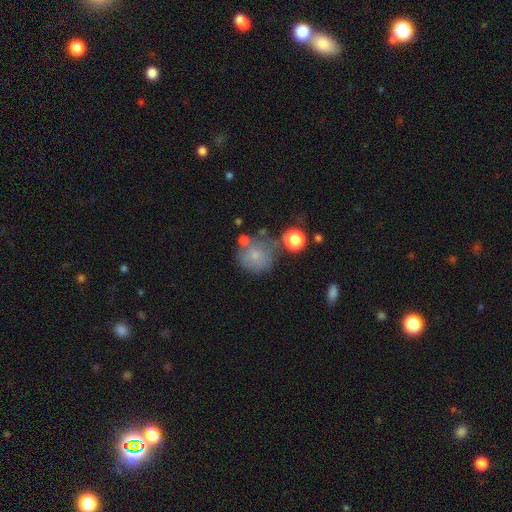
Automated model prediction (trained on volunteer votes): smooth_or_featured: smooth (p=0.67) [alt: featured or disk p=0.20]
how_rounded: round (p=0.87) [alt: in between p=0.12]
merging: none (p=0.53) [alt: minor disturbance p=0.21]